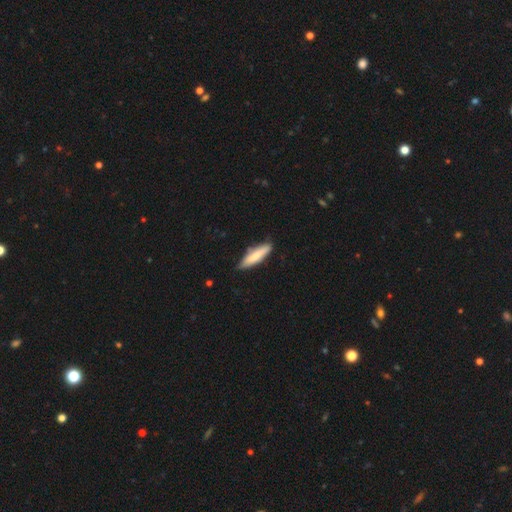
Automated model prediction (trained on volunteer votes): Overall: smooth (75%). How rounded: cigar-shaped (74%). Merging: none (79%).